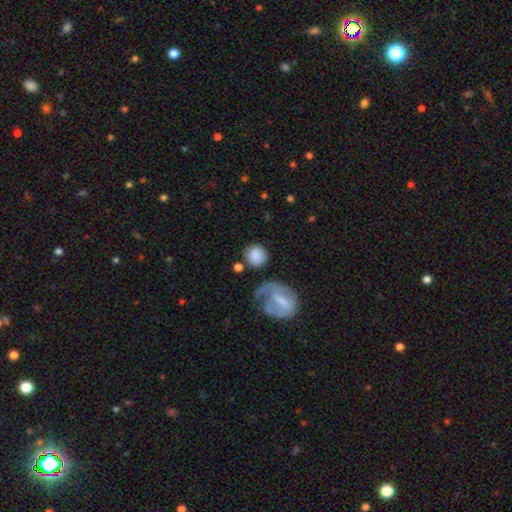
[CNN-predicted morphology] The model was most divided on "merging": none: 62%, minor disturbance: 17%, major disturbance: 11%, merger: 10%. More confident: how rounded — round (84%); smooth or featured — smooth (79%).